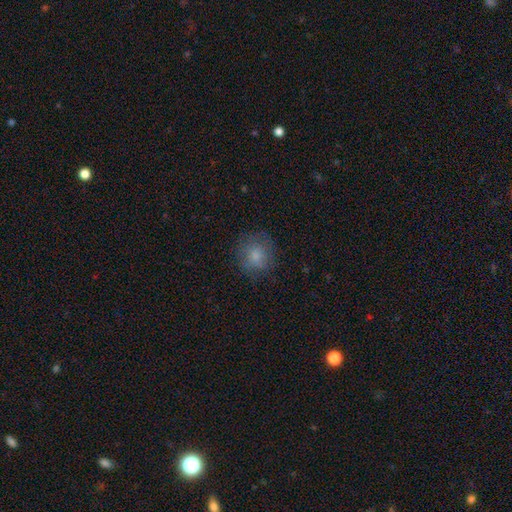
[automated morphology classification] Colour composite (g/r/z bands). It shows a smooth galaxy with no disk features (80%) that is round (88%). Merging: none (77%).